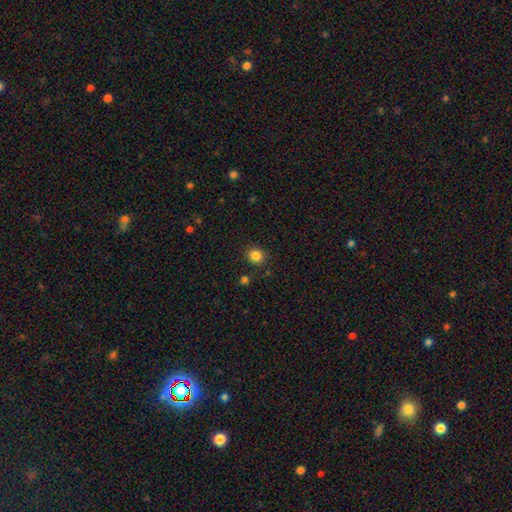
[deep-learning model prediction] smooth-or-featured: smooth: 84% | star or artifact: 12% | featured or disk: 4%
  how-rounded: round: 85% | in between: 15% | cigar-shaped: 1%
  merging: none: 88% | minor disturbance: 7% | major disturbance: 2% | merger: 2%